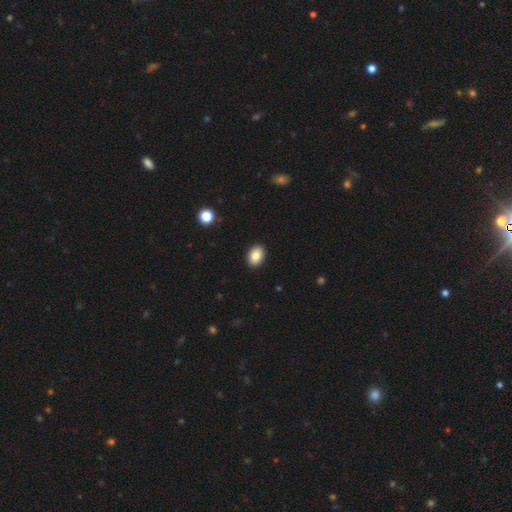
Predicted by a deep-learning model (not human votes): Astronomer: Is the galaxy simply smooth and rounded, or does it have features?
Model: smooth — 87%.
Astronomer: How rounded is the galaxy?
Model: in between — 79%.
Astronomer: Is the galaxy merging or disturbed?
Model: none — 91%.